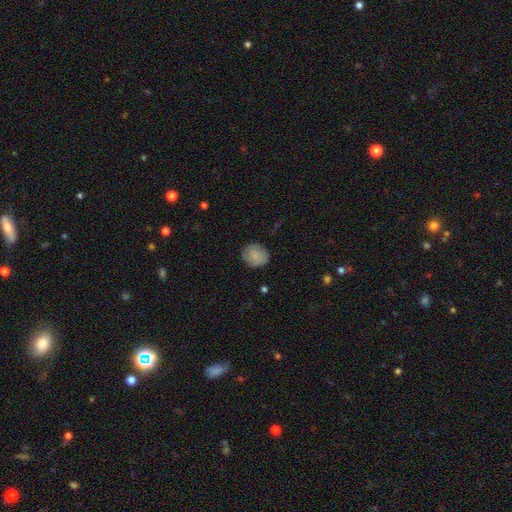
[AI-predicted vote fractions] The model was most divided on "how rounded": round: 79%, in between: 20%, cigar-shaped: 1%. More confident: smooth or featured — smooth (85%); merging — none (84%).